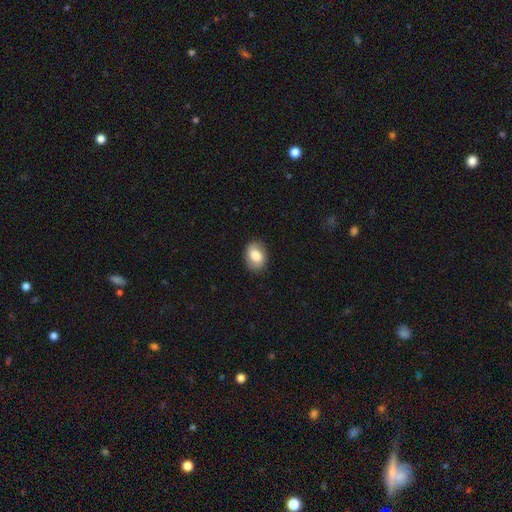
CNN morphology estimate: type=smooth (73%); roundness=in between (68%); merging=none (84%).